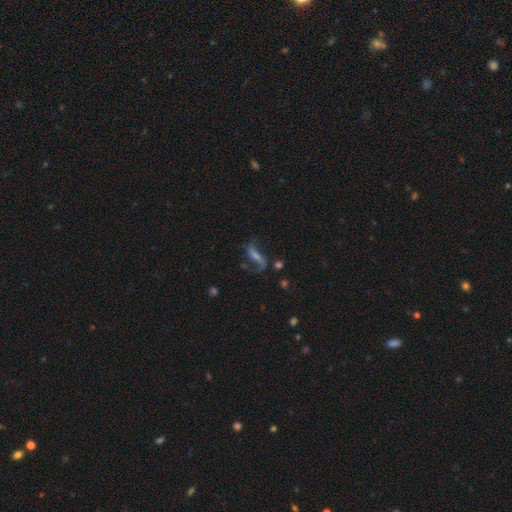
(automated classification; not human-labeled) Overall: featured or disk (72%). Edge-on disk: no (85%). Bar: strong (38%; weak 36%). Spiral arms: yes (89%). Spiral arm count: 2 (84%). Spiral winding: loose (79%). Bulge size: small (43%; moderate 28%). Merging: none (59%).